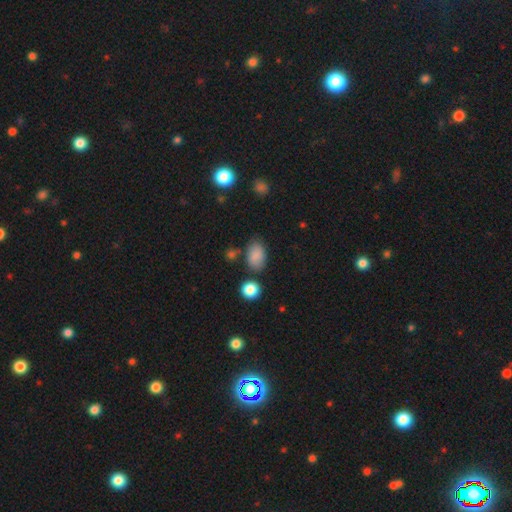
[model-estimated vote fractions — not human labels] Overall: smooth (85%). How rounded: in between (88%). Merging: none (72%).